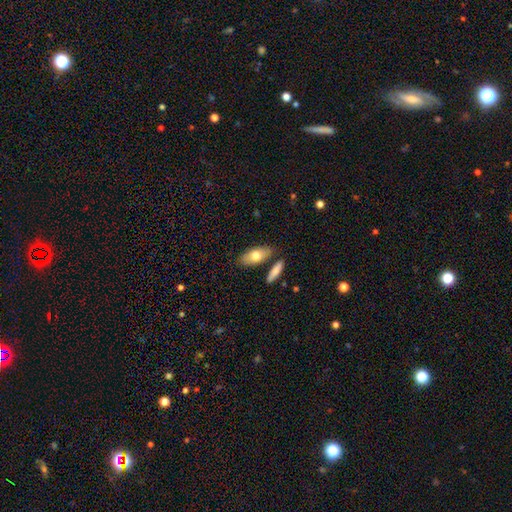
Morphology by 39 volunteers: This is clearly a smooth galaxy (82%). How rounded: clearly in between (88%). Merging: clearly none (89%).